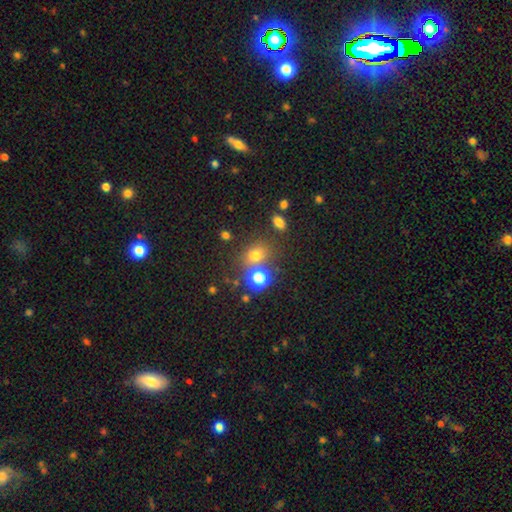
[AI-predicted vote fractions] Smooth or featured? smooth (67%)
How rounded? round (67%)
Merging? none (65%)